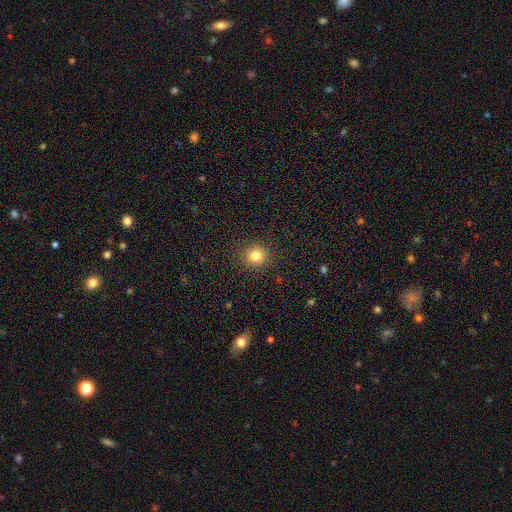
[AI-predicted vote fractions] Morphology: type=smooth (82%); roundness=round (90%); merging=none (90%).